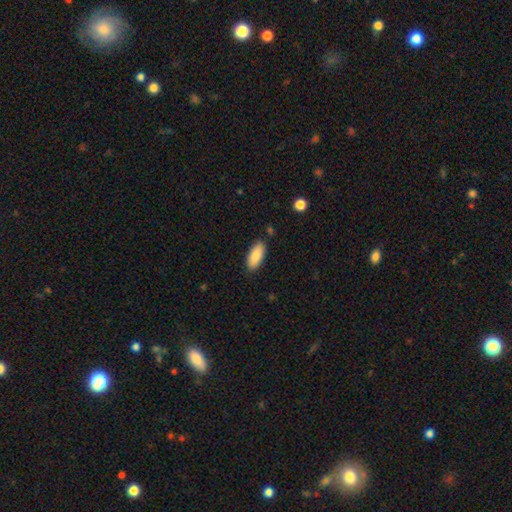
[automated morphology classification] Smooth or featured: smooth — 88% (featured or disk — 6%)
How rounded: in between — 87% (cigar-shaped — 12%)
Merging: none — 86% (minor disturbance — 10%)